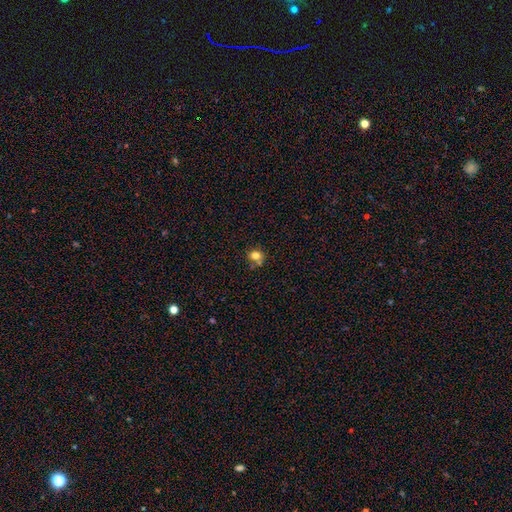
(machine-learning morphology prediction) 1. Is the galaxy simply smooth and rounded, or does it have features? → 78% smooth, 13% star or artifact, 9% featured or disk.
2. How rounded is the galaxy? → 76% round, 23% in between, 1% cigar-shaped.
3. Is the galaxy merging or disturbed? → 59% none, 21% merger, 15% minor disturbance, 5% major disturbance.